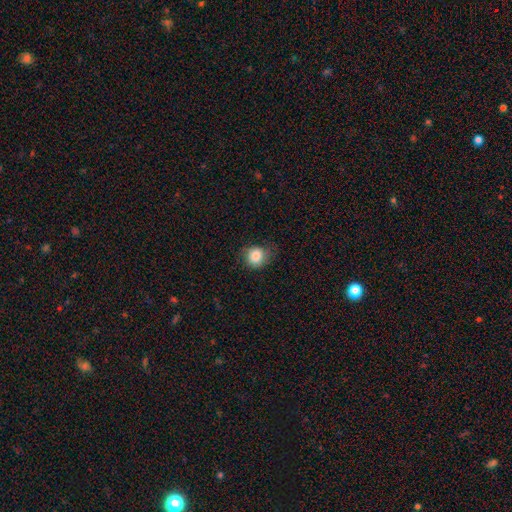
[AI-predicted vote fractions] Morphology: type=smooth (84%); roundness=round (71%); merging=none (67%).